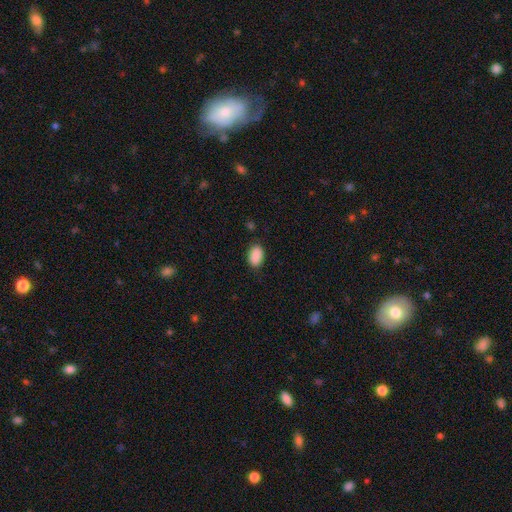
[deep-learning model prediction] Smooth or featured? smooth (90%)
How rounded? in between (89%)
Merging? none (85%)